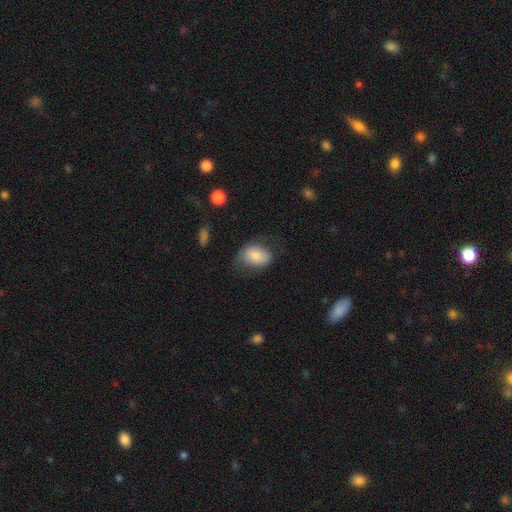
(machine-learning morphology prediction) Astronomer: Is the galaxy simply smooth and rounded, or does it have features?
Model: smooth — 76%.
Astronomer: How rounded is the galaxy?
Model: in between — 75%.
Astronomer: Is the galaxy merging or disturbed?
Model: none — 54% (runner-up: minor disturbance, 30%).